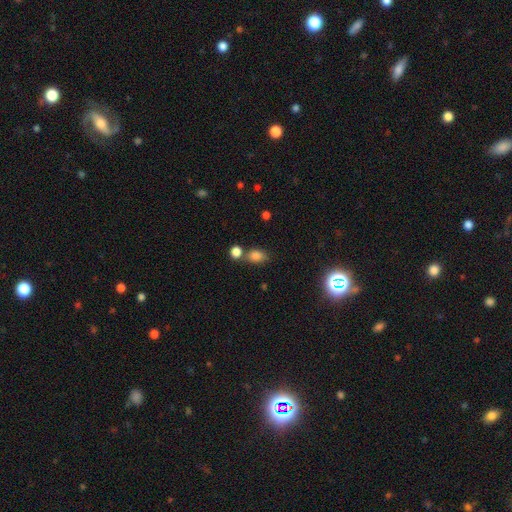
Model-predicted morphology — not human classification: This is clearly a smooth galaxy (80%). How rounded: likely in between (73%). Merging: possibly none (58%).